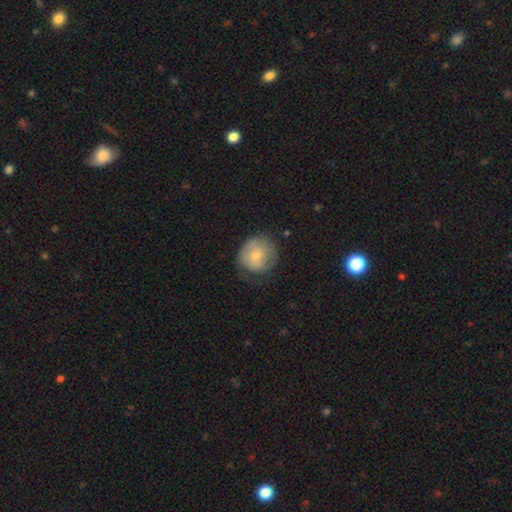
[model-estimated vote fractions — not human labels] Morphology: type=smooth (70%); roundness=round (88%); merging=none (59%).